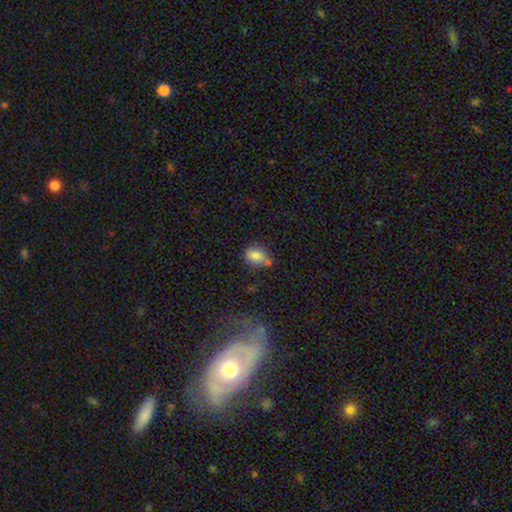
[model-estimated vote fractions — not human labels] Smooth or featured? smooth (80%)
How rounded? in between (56%)
Merging? none (55%)